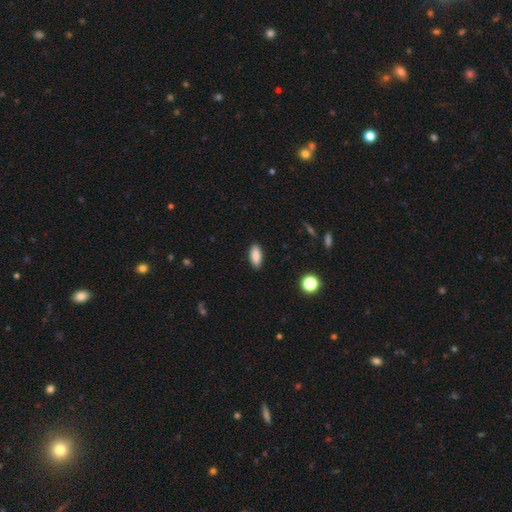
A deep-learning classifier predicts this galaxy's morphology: A smooth galaxy with no disk features (88%) that is in between round and cigar-shaped (82%). Merging: none (90%).